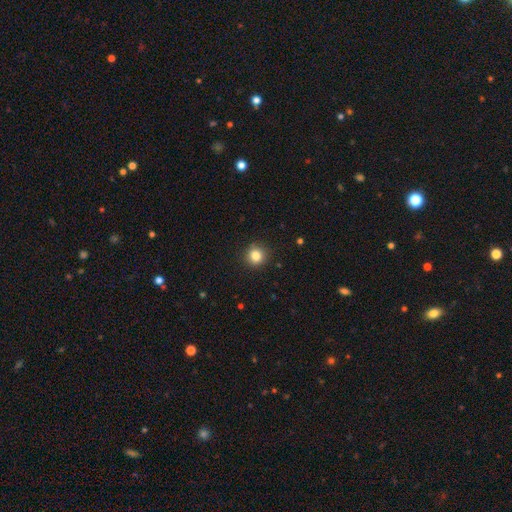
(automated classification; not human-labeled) This is clearly a smooth galaxy (84%). How rounded: clearly round (92%). Merging: clearly none (89%).